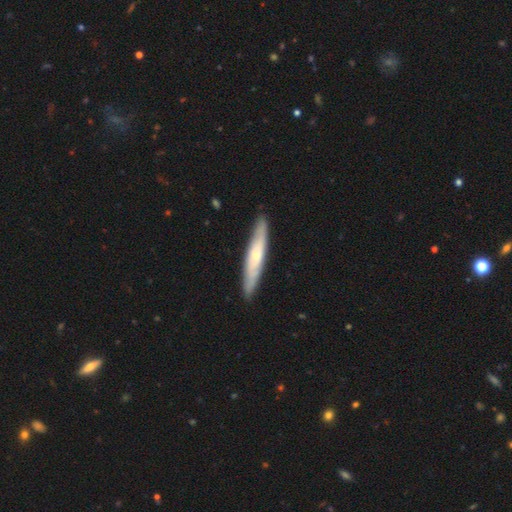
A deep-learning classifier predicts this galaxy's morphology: This appears to be a featured or disk galaxy (53%) viewed edge-on (73%). Merging: none (88%).